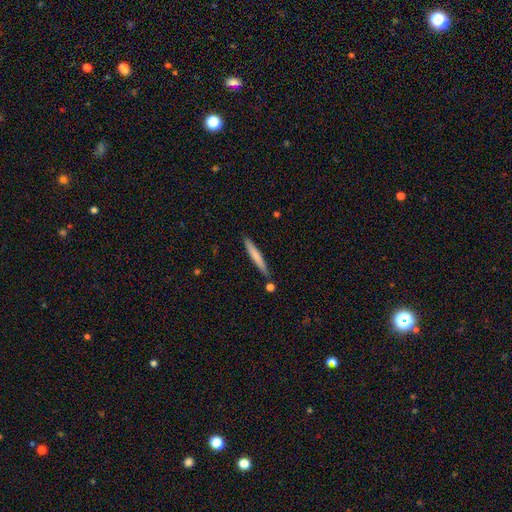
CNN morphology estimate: Smooth or featured: smooth — 69% (featured or disk — 25%)
How rounded: cigar-shaped — 96% (in between — 3%)
Merging: none — 83% (minor disturbance — 11%)